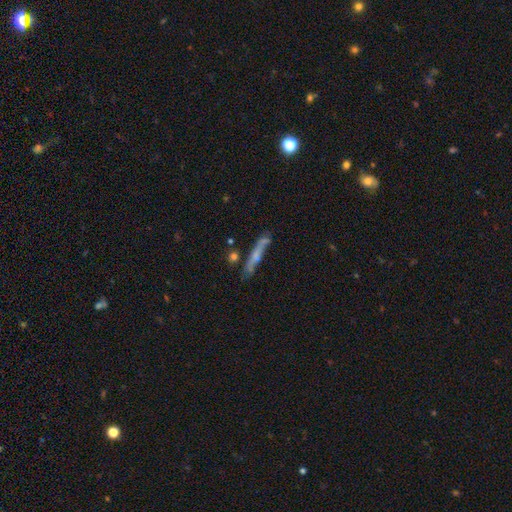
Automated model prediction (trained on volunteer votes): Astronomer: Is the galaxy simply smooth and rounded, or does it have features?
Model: smooth — 48% (runner-up: featured or disk, 44%).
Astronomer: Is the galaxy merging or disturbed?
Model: none — 60%.